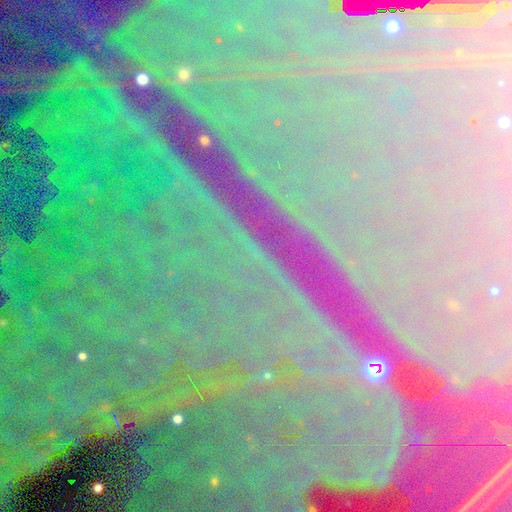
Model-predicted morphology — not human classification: A star or artifact, not a galaxy (88%).